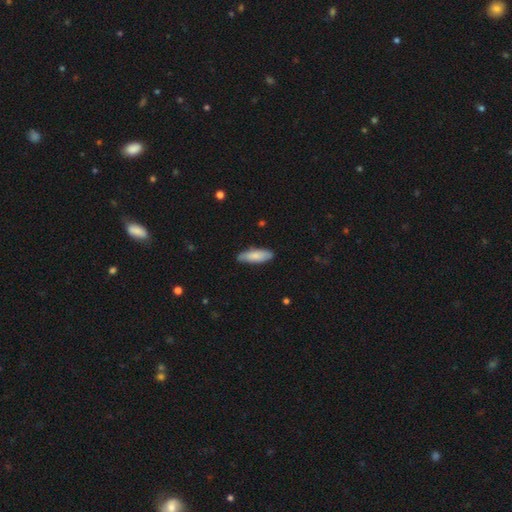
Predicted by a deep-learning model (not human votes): Smooth or featured?
  - smooth: 79% *
  - featured or disk: 16%
  - star or artifact: 5%
How rounded?
  - in between: 59% *
  - cigar-shaped: 39%
  - round: 2%
Merging?
  - none: 83% *
  - minor disturbance: 14%
  - major disturbance: 2%
  - merger: 1%